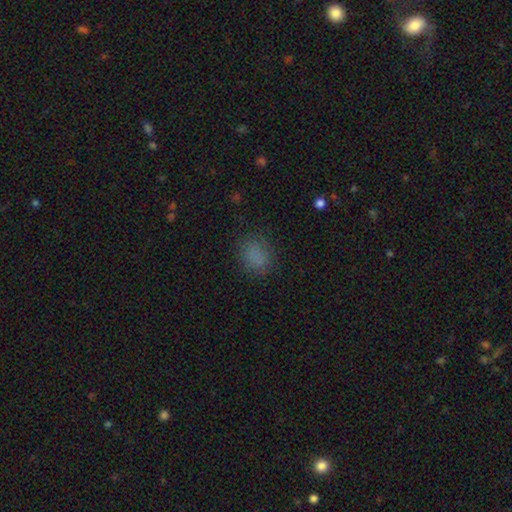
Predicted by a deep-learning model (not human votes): smooth_or_featured: smooth (p=0.79) [alt: star or artifact p=0.15]
how_rounded: round (p=0.58) [alt: in between p=0.40]
merging: none (p=0.80) [alt: minor disturbance p=0.14]